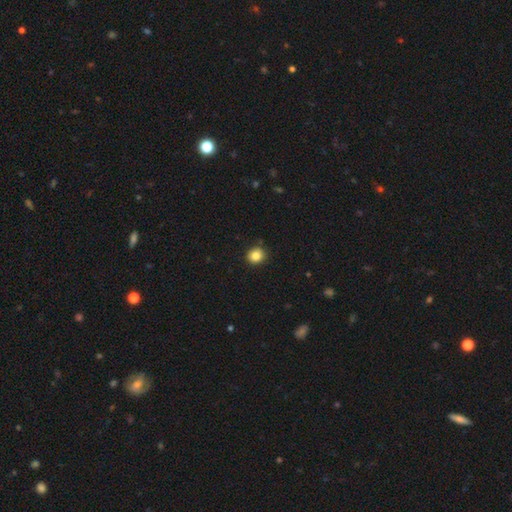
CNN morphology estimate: Smooth or featured: smooth — 85% (star or artifact — 11%)
How rounded: round — 84% (in between — 15%)
Merging: none — 89% (minor disturbance — 8%)